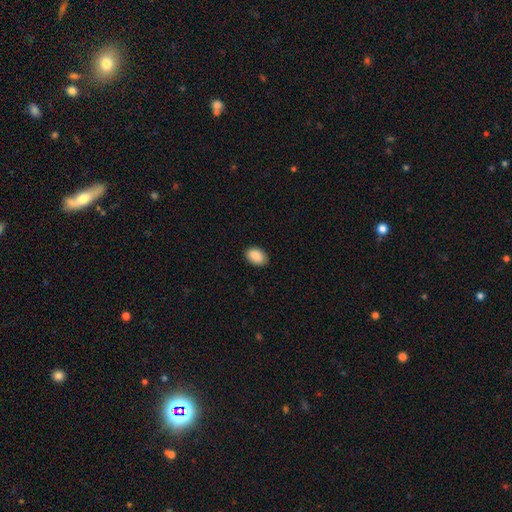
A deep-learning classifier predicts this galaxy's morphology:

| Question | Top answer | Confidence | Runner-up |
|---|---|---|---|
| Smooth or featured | smooth | 90% | star or artifact (7%) |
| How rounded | in between | 88% | round (11%) |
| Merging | none | 88% | minor disturbance (9%) |